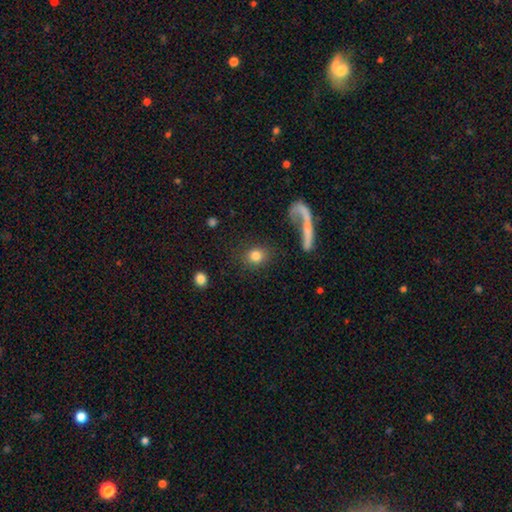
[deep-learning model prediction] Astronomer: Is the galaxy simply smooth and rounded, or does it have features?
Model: smooth — 81%.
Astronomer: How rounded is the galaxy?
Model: round — 79%.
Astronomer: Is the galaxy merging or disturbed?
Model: none — 82%.